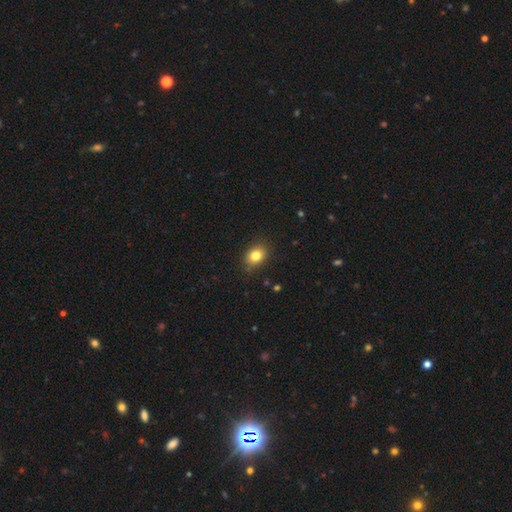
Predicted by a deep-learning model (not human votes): Smooth or featured? Predicted: smooth (p=0.82). How rounded? Predicted: in between (p=0.59). Merging? Predicted: none (p=0.84).